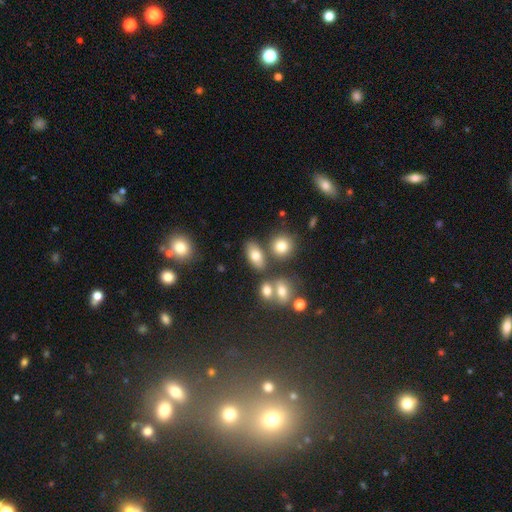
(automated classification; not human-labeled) Morphology: type=smooth (73%); roundness=in between (81%); merging=none (68%).